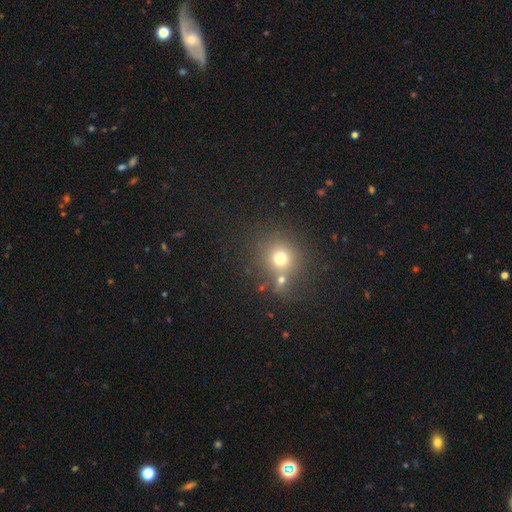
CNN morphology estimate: Smooth or featured? Predicted: smooth (p=0.60). How rounded? Predicted: round (p=0.86). Merging? Predicted: none (p=0.66).